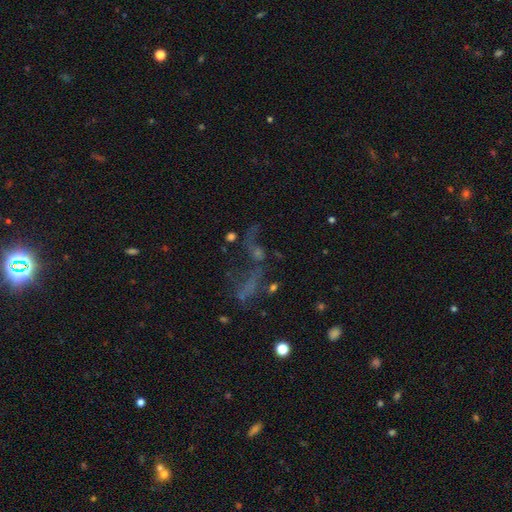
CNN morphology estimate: smooth_or_featured: star or artifact (p=0.43) [alt: featured or disk p=0.36]